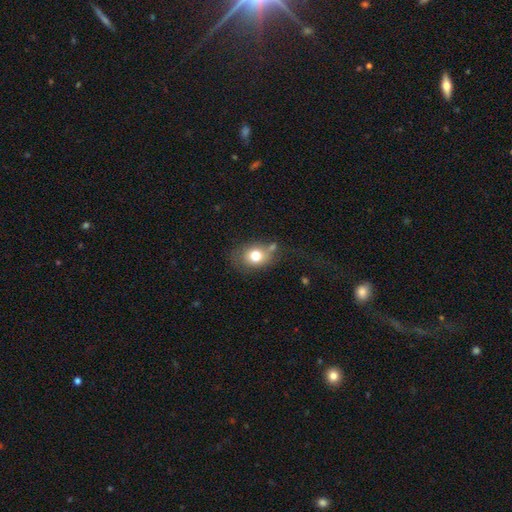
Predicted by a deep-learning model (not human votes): Morphology: type=smooth (75%); roundness=in between (51%); merging=none (52%).